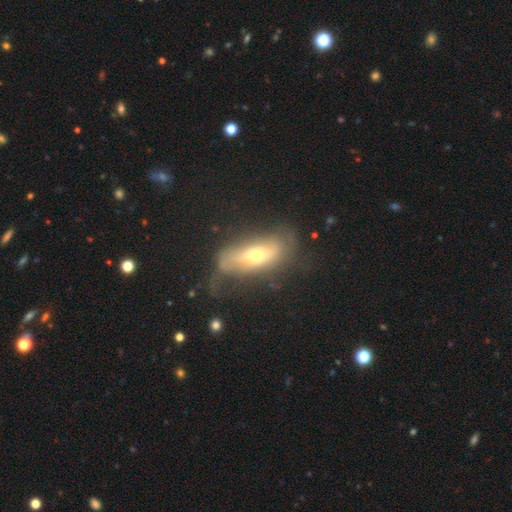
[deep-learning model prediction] A featured or disk galaxy (55%).

Vote fractions:
- Smooth or featured? featured or disk: 55% / smooth: 35% / star or artifact: 10%
- Edge-on disk? no: 70% / yes: 30%
- Merging? none: 53% / minor disturbance: 26% / major disturbance: 19% / merger: 3%